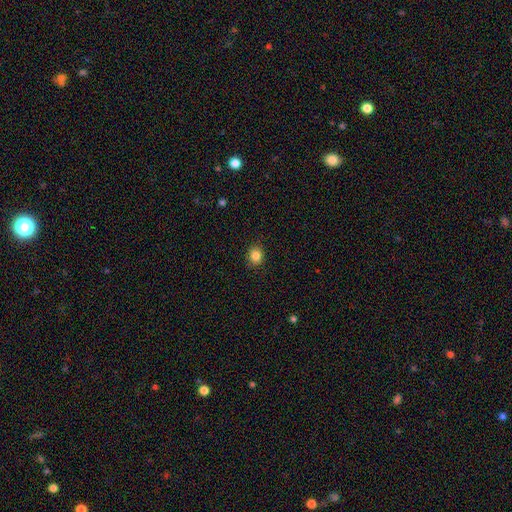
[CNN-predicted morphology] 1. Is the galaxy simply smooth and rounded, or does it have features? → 85% smooth, 11% star or artifact, 5% featured or disk.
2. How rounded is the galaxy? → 70% round, 29% in between, 1% cigar-shaped.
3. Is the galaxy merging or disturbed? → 89% none, 8% minor disturbance, 2% major disturbance, 1% merger.